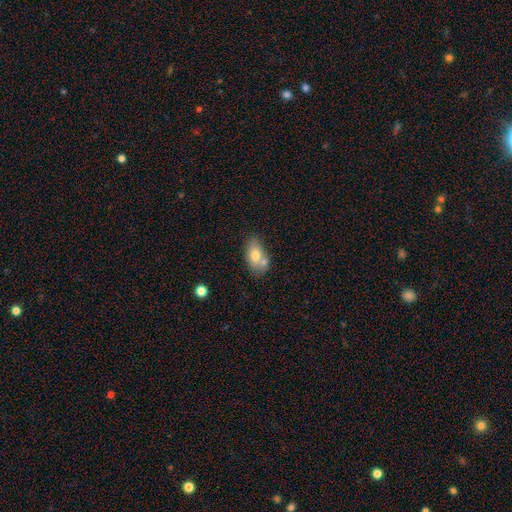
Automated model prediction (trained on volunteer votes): Morphology: type=smooth (72%); roundness=in between (87%); merging=none (49%).